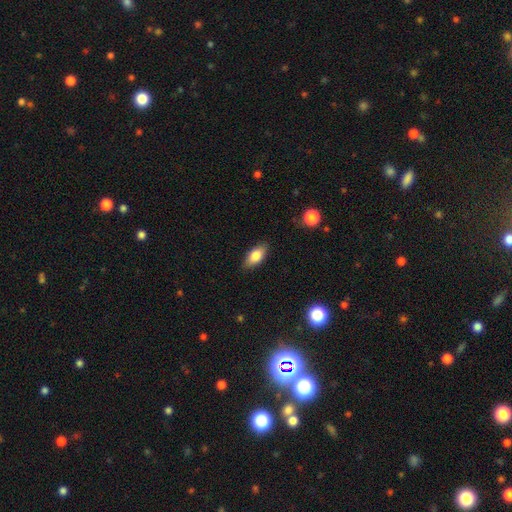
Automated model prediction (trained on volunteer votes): This appears to be a smooth galaxy with no disk features (79%) that is in between round and cigar-shaped (86%). Merging: none (85%).